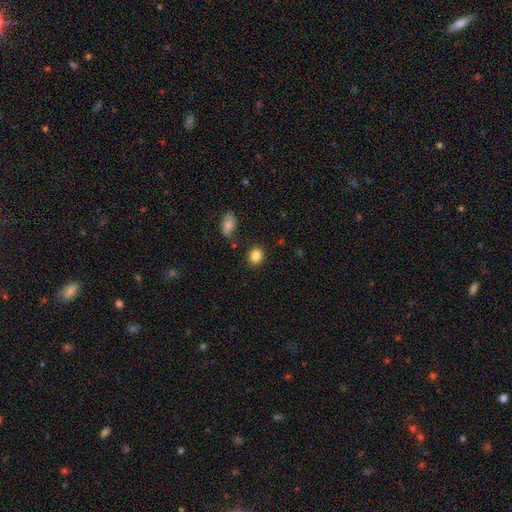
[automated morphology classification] smooth-or-featured: smooth: 85% | star or artifact: 9% | featured or disk: 6%
  how-rounded: round: 53% | in between: 46% | cigar-shaped: 1%
  merging: none: 84% | minor disturbance: 10% | merger: 4% | major disturbance: 3%